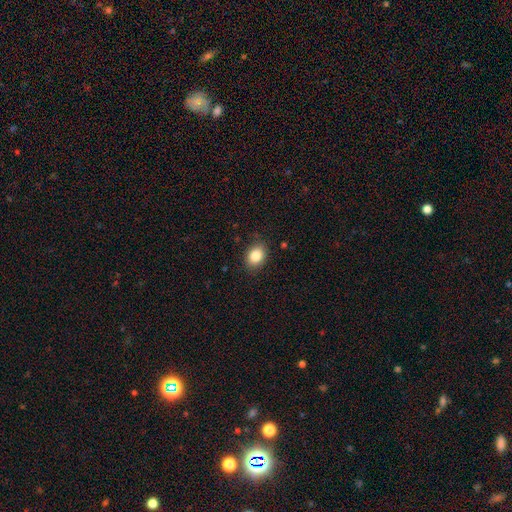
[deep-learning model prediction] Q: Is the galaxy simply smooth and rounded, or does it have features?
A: smooth — 85%.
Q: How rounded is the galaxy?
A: in between — 62%.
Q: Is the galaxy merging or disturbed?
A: none — 85%.